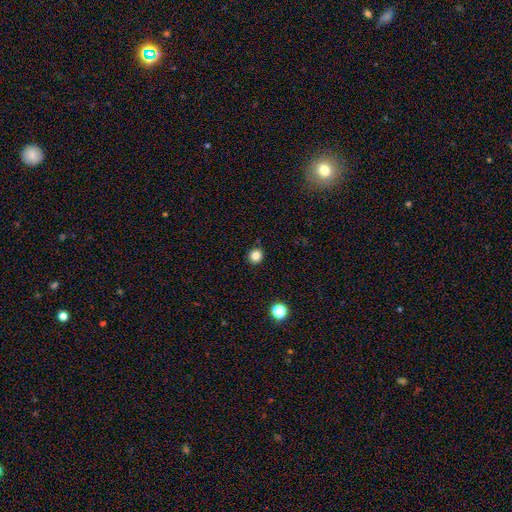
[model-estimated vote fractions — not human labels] Smooth or featured? smooth (84%)
How rounded? round (92%)
Merging? none (91%)